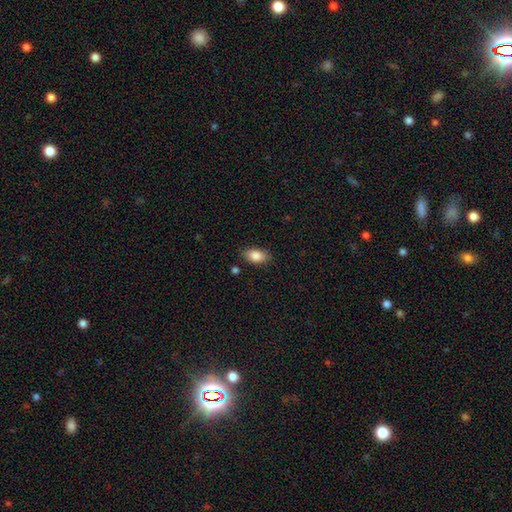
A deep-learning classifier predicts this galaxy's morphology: smooth 85%, star or artifact 7%, featured or disk 7%. Down the decision tree: how rounded — in between (90%); merging — none (83%).